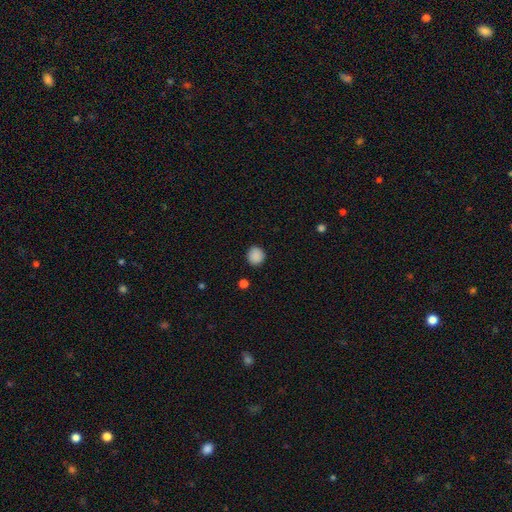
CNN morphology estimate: The model was most divided on "how rounded": round: 88%, in between: 11%, cigar-shaped: 1%. More confident: merging — none (89%); smooth or featured — smooth (88%).